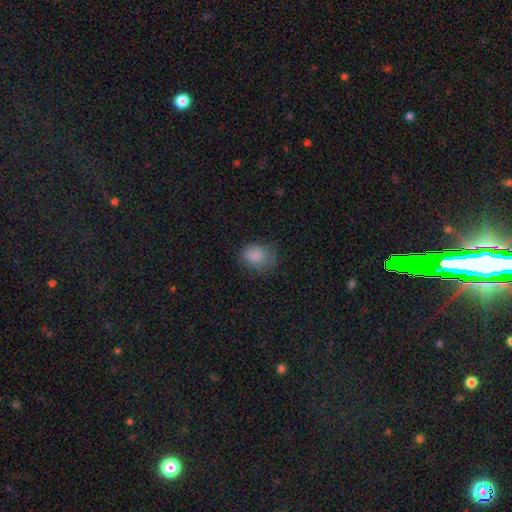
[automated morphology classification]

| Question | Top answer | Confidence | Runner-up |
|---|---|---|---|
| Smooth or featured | smooth | 83% | star or artifact (10%) |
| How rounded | in between | 51% | round (48%) |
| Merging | none | 61% | minor disturbance (27%) |